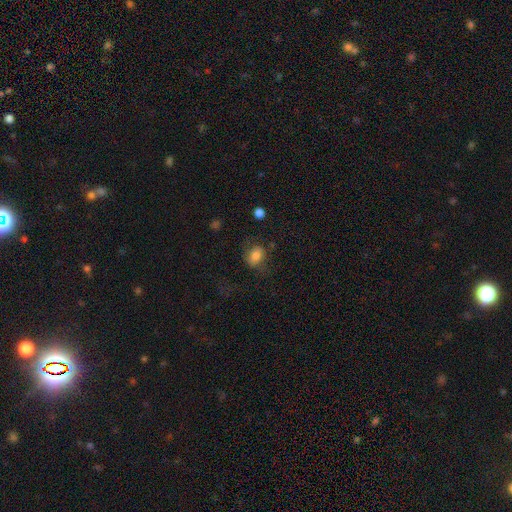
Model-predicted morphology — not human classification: smooth_or_featured: smooth (p=0.78) [alt: featured or disk p=0.11]
how_rounded: round (p=0.50) [alt: in between p=0.49]
merging: none (p=0.65) [alt: minor disturbance p=0.20]